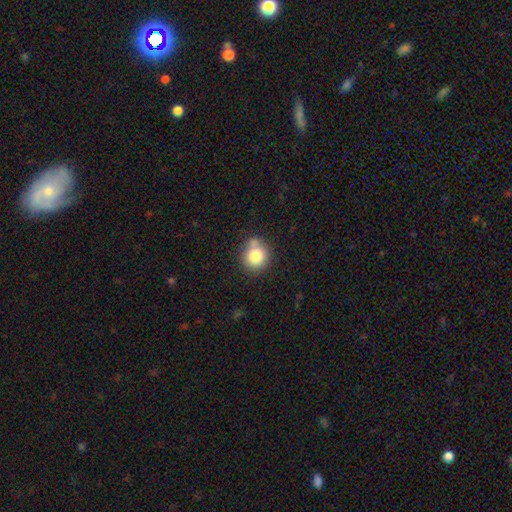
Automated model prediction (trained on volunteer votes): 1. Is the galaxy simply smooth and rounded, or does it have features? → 82% smooth, 10% star or artifact, 8% featured or disk.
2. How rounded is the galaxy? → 83% round, 16% in between, 1% cigar-shaped.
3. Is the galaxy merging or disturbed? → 64% none, 18% minor disturbance, 13% merger, 5% major disturbance.